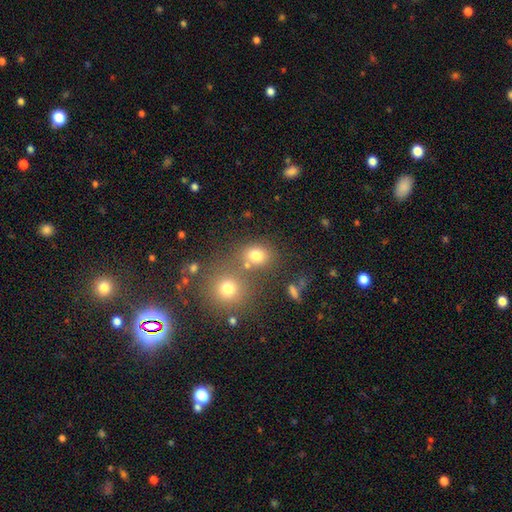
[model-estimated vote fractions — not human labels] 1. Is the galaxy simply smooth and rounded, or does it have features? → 76% smooth, 16% star or artifact, 8% featured or disk.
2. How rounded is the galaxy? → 67% round, 32% in between, 1% cigar-shaped.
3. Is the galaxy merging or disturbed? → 58% none, 26% merger, 10% minor disturbance, 5% major disturbance.